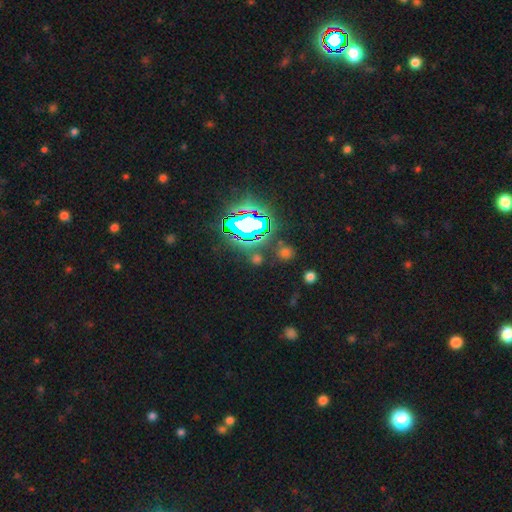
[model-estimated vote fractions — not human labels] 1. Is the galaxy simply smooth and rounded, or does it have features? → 71% star or artifact, 20% smooth, 9% featured or disk.